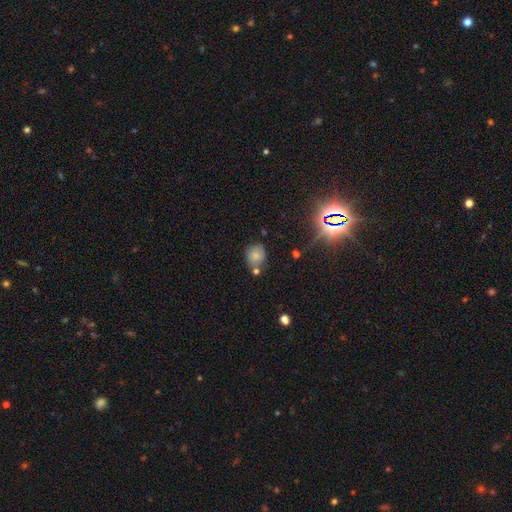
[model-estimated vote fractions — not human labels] smooth-or-featured: smooth: 72% | star or artifact: 15% | featured or disk: 13%
  how-rounded: round: 69% | in between: 30% | cigar-shaped: 1%
  merging: none: 62% | minor disturbance: 17% | merger: 17% | major disturbance: 5%